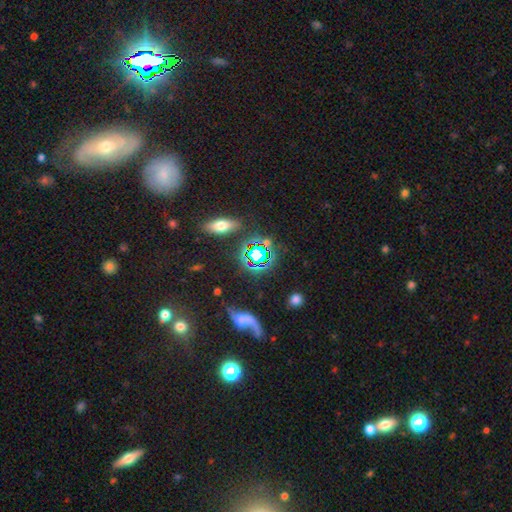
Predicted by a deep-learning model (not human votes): smooth_or_featured: star or artifact (p=0.52) [alt: smooth p=0.29]